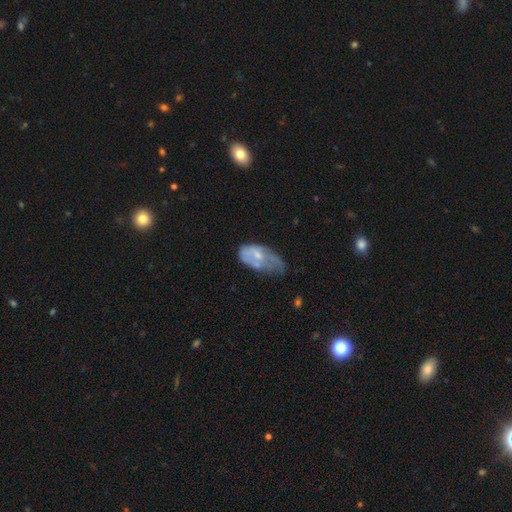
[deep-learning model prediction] Smooth or featured? Predicted: smooth (p=0.47). Merging? Predicted: major disturbance (p=0.35, tied with minor disturbance).